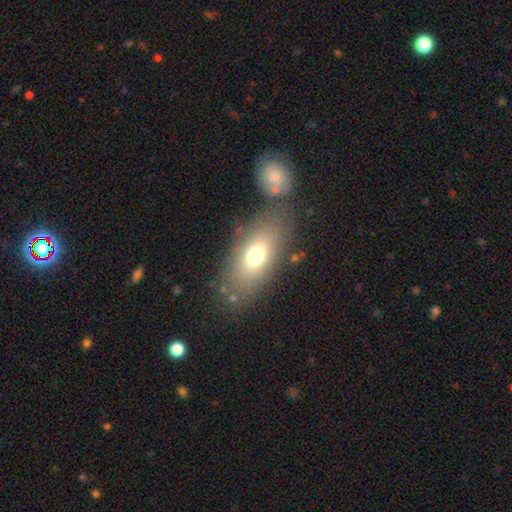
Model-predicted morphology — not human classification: Smooth or featured? smooth (69%)
How rounded? in between (83%)
Merging? none (75%)